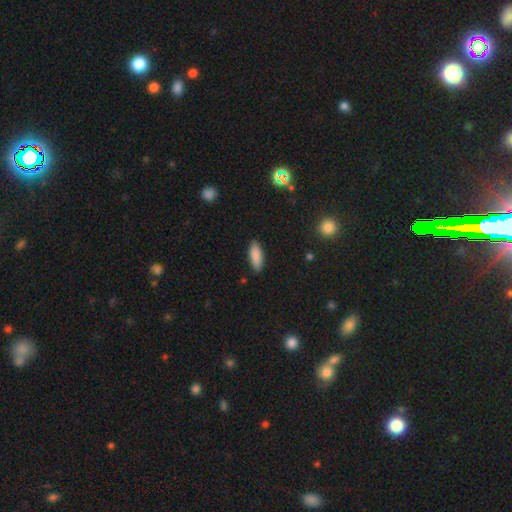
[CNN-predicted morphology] This appears to be a smooth galaxy with no disk features (88%) that is in between round and cigar-shaped (70%). Merging: none (88%).